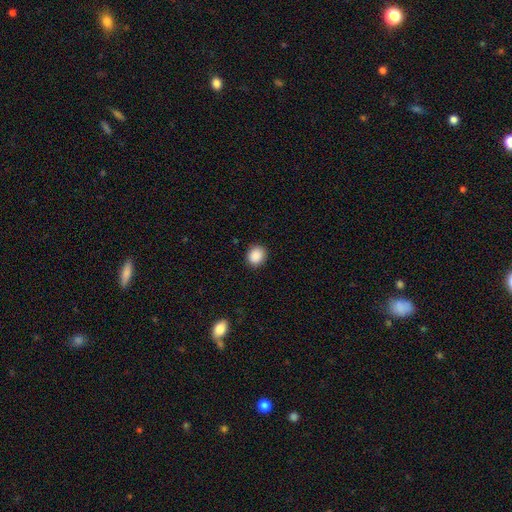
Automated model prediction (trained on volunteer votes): Smooth or featured?
  - smooth: 89% *
  - star or artifact: 9%
  - featured or disk: 3%
How rounded?
  - round: 80% *
  - in between: 19%
  - cigar-shaped: 1%
Merging?
  - none: 90% *
  - minor disturbance: 7%
  - major disturbance: 2%
  - merger: 1%